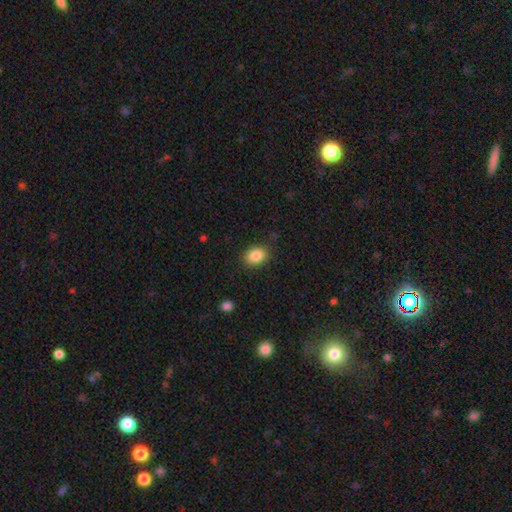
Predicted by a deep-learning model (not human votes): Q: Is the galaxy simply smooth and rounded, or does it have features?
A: smooth — 86%.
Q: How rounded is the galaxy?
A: in between — 72%.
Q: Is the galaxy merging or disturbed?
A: none — 85%.